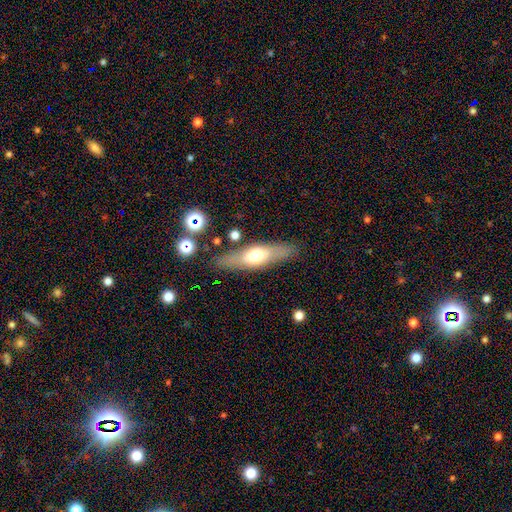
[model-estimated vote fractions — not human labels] smooth 48%, featured or disk 45%, star or artifact 7%. Down the decision tree: merging — none (85%).